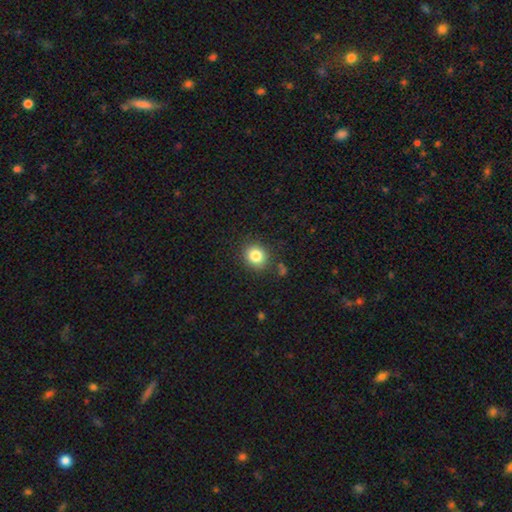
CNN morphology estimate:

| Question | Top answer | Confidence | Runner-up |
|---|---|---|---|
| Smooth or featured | smooth | 82% | star or artifact (11%) |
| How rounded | round | 77% | in between (22%) |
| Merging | none | 85% | minor disturbance (10%) |